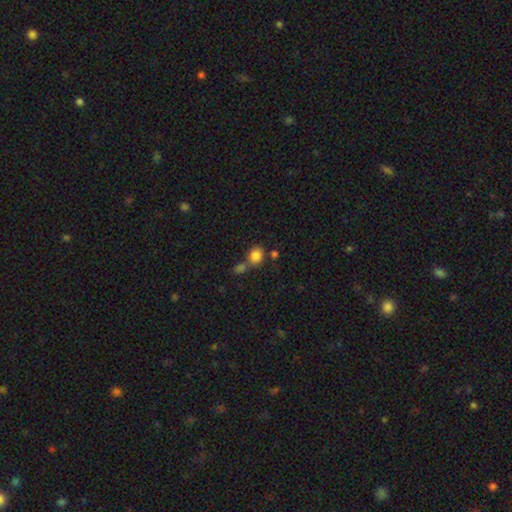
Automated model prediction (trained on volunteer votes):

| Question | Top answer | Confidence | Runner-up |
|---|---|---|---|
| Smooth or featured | smooth | 83% | star or artifact (11%) |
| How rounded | round | 73% | in between (26%) |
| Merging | none | 48% | merger (37%) |